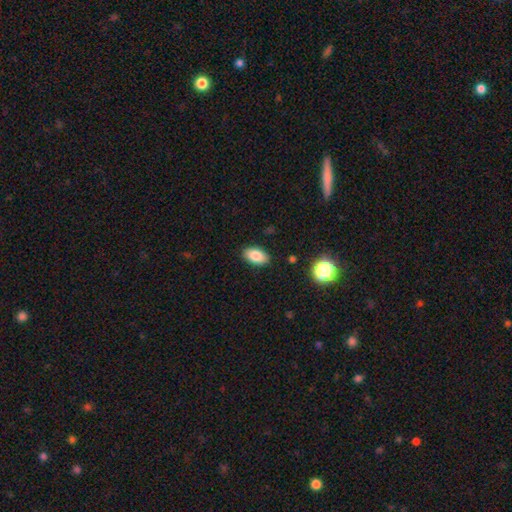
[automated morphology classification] A smooth galaxy with no disk features (83%) that is in between round and cigar-shaped (92%). Merging: none (87%).